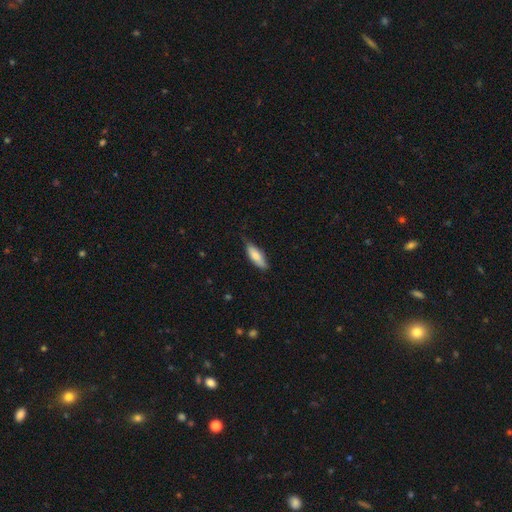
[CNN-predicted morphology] This appears to be a smooth galaxy with no disk features (75%) that is in between round and cigar-shaped (55%). Merging: none (69%).